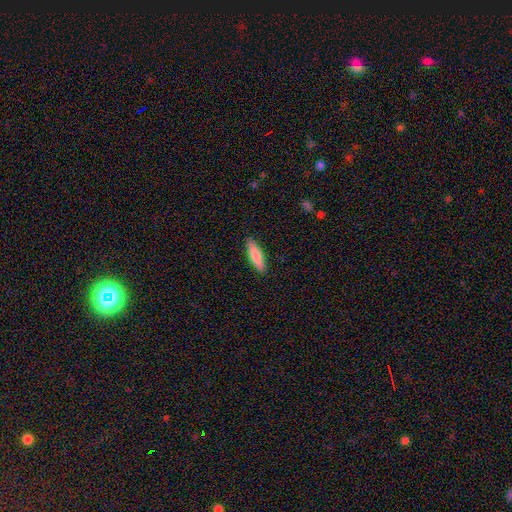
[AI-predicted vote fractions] Overall: smooth (80%). How rounded: cigar-shaped (67%; in between 32%). Merging: none (89%).